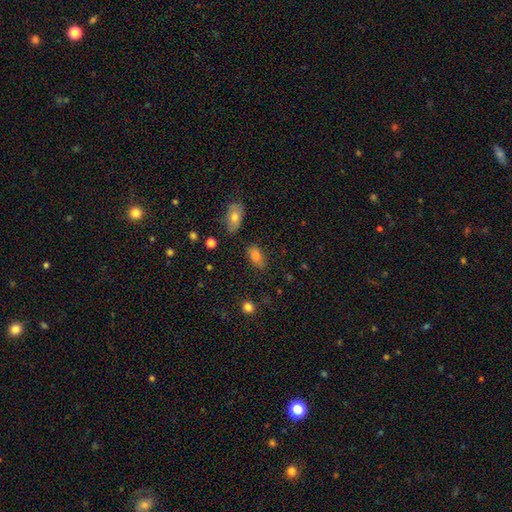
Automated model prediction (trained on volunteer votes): smooth-or-featured: smooth: 80% | star or artifact: 11% | featured or disk: 9%
  how-rounded: in between: 89% | round: 7% | cigar-shaped: 4%
  merging: none: 77% | minor disturbance: 15% | merger: 4% | major disturbance: 4%